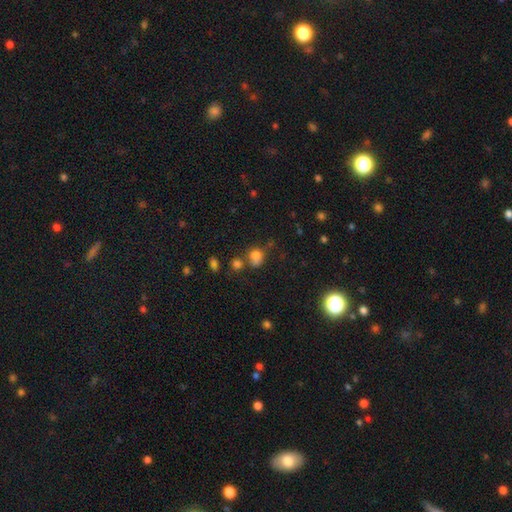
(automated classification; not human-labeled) smooth-or-featured: smooth: 76% | star or artifact: 16% | featured or disk: 8%
  how-rounded: round: 62% | in between: 37% | cigar-shaped: 1%
  merging: none: 54% | merger: 20% | minor disturbance: 19% | major disturbance: 8%